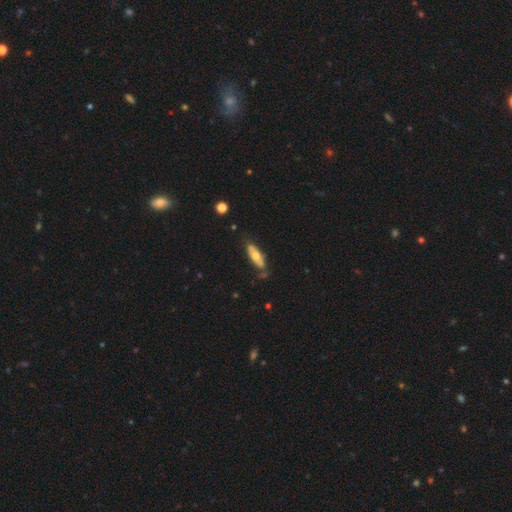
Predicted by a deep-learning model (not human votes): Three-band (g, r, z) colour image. It shows a smooth galaxy with no disk features (55%) that is in between round and cigar-shaped (60%). Merging: none (68%).